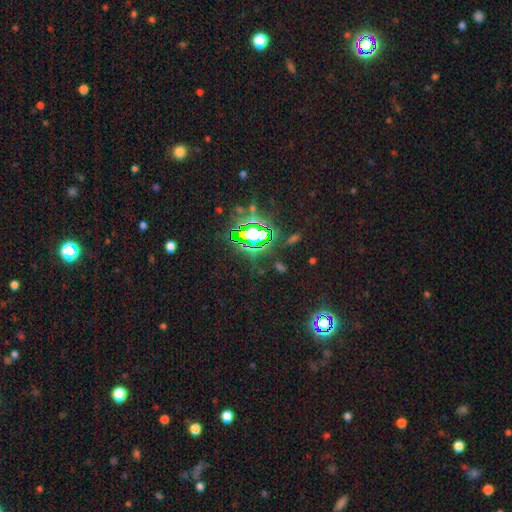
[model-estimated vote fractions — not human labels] Smooth or featured: star or artifact — 80% (smooth — 11%)